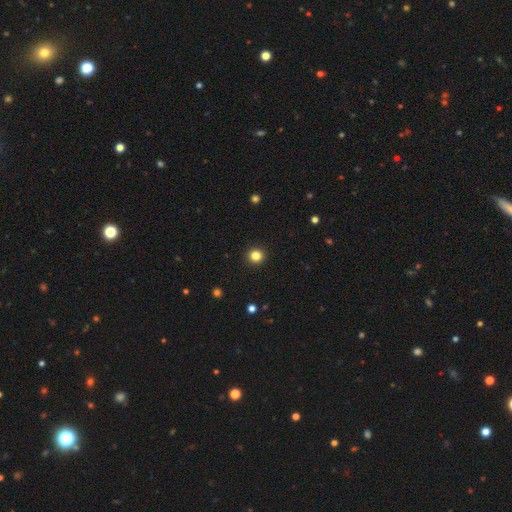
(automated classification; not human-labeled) Q: Smooth or featured?
A: smooth (83%); runner-up: star or artifact (12%)
Q: How rounded?
A: round (95%); runner-up: in between (4%)
Q: Merging?
A: none (94%); runner-up: minor disturbance (4%)